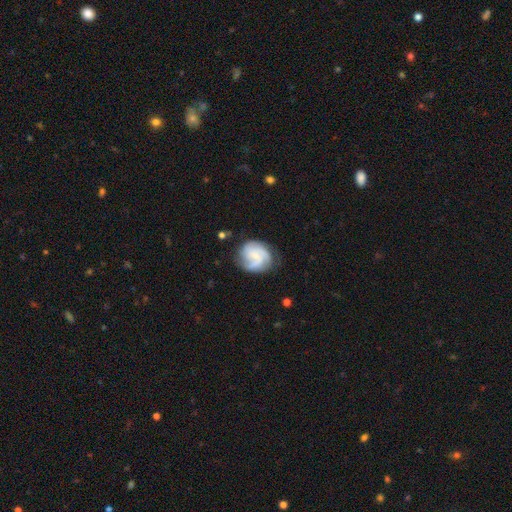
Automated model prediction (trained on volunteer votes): The model was most divided on "spiral winding": medium: 44%, tight: 38%, loose: 17%. Remaining: edge-on disk — no (98%); spiral arms — yes (95%); smooth or featured — featured or disk (74%); merging — none (70%); bulge size — small (61%); bar — no (55%); spiral arm count — 3 (43%).